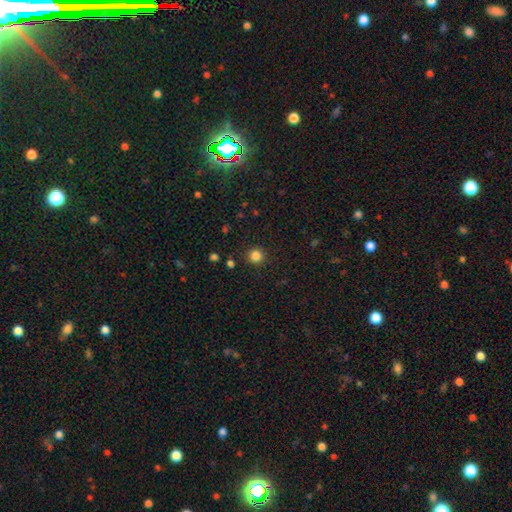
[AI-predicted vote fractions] Smooth or featured?
  - smooth: 84% *
  - star or artifact: 13%
  - featured or disk: 4%
How rounded?
  - round: 93% *
  - in between: 6%
  - cigar-shaped: 1%
Merging?
  - none: 90% *
  - minor disturbance: 6%
  - major disturbance: 2%
  - merger: 2%